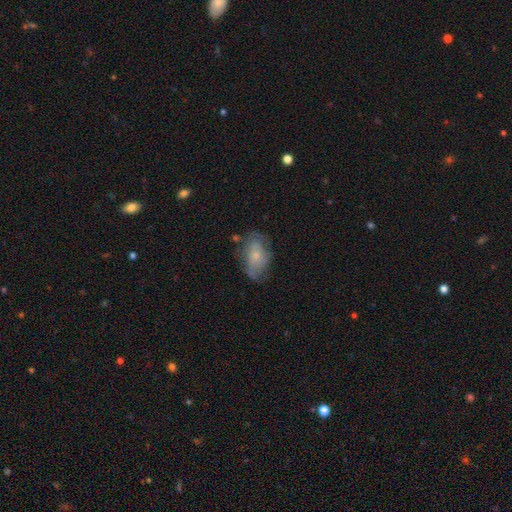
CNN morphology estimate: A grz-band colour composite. It shows a smooth galaxy with no disk features (55%) that is in between round and cigar-shaped (87%). Merging: none (56%).